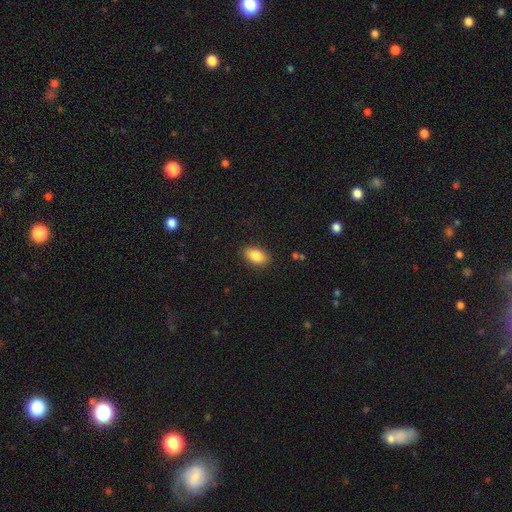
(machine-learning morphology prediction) Q: Smooth or featured?
A: smooth (86%); runner-up: star or artifact (7%)
Q: How rounded?
A: in between (91%); runner-up: round (7%)
Q: Merging?
A: none (88%); runner-up: minor disturbance (9%)